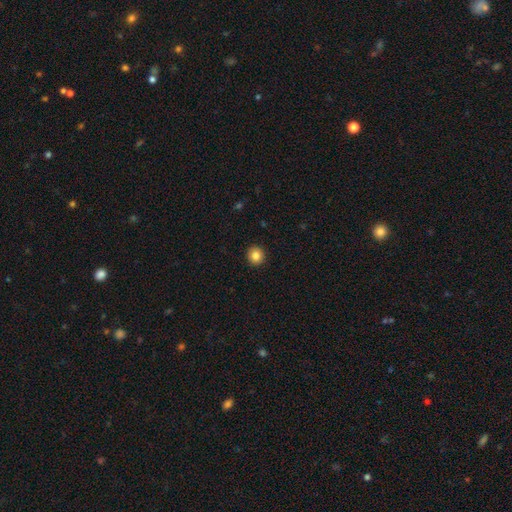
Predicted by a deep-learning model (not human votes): Morphology: type=smooth (84%); roundness=round (93%); merging=none (93%).